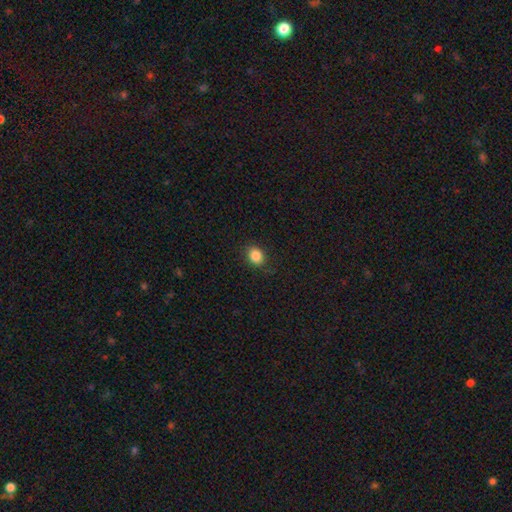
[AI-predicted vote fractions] Smooth or featured: smooth — 86% (star or artifact — 10%)
How rounded: round — 56% (in between — 43%)
Merging: none — 86% (minor disturbance — 10%)